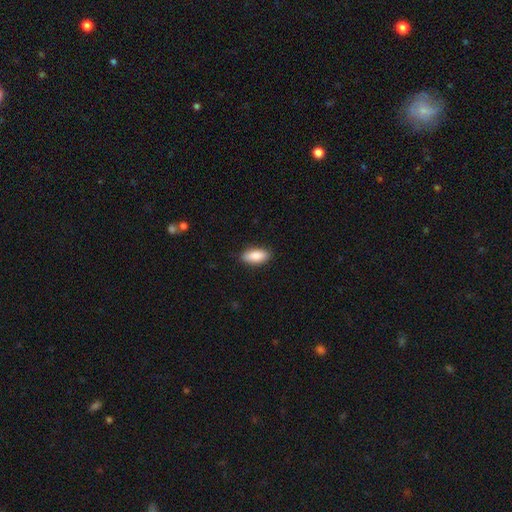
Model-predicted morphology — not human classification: smooth-or-featured: smooth: 87% | featured or disk: 7% | star or artifact: 6%
  how-rounded: in between: 87% | cigar-shaped: 11% | round: 2%
  merging: none: 88% | minor disturbance: 9% | major disturbance: 2% | merger: 1%